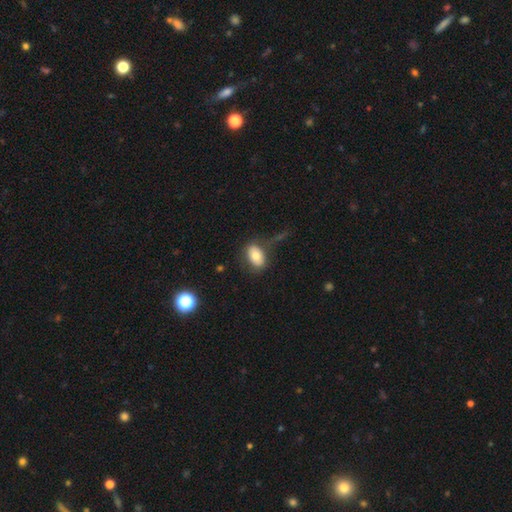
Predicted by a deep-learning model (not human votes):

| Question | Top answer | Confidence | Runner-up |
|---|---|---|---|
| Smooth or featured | smooth | 75% | featured or disk (17%) |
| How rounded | in between | 89% | round (10%) |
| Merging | none | 68% | minor disturbance (16%) |